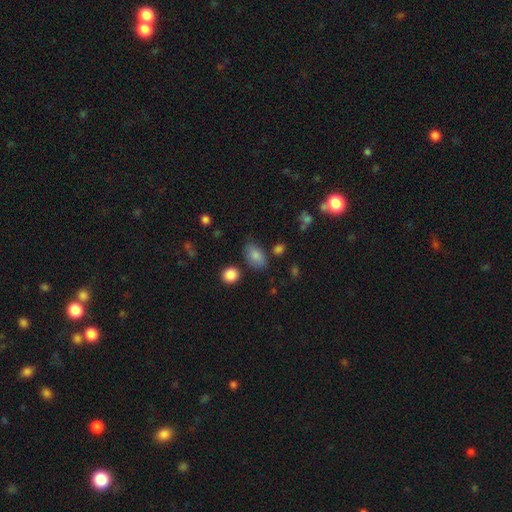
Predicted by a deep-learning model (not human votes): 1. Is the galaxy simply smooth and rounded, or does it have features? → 83% smooth, 9% star or artifact, 8% featured or disk.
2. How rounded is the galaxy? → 88% in between, 11% round, 2% cigar-shaped.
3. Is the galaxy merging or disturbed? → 72% none, 19% minor disturbance, 5% merger, 5% major disturbance.